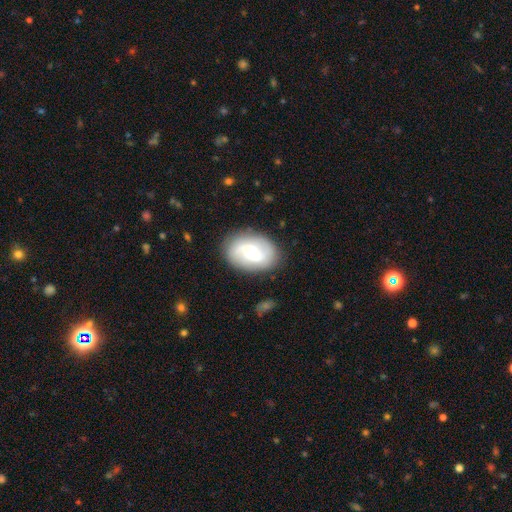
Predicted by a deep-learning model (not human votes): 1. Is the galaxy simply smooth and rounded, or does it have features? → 70% featured or disk, 23% smooth, 6% star or artifact.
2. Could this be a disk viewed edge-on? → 97% no, 3% yes.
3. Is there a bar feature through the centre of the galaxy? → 44% weak, 42% no, 13% strong.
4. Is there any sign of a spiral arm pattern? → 89% yes, 11% no.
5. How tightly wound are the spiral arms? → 46% loose, 39% medium, 16% tight.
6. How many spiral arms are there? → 88% 2, 6% can't tell, 2% 3, 2% 1, 1% 4, 1% more than 4.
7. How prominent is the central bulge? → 55% moderate, 39% small, 4% large, 1% none, 1% dominant.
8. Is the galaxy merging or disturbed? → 85% none, 11% minor disturbance, 3% major disturbance, 1% merger.